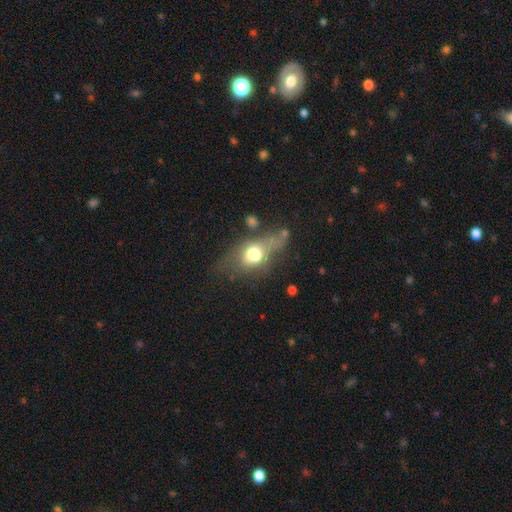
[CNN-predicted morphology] A smooth galaxy with no disk features (57%) that is in between round and cigar-shaped (74%).

Vote fractions:
- Smooth or featured? smooth: 57% / featured or disk: 32% / star or artifact: 11%
- How rounded? in between: 74% / round: 18% / cigar-shaped: 9%
- Merging? major disturbance: 31% / none: 30% / minor disturbance: 22% / merger: 16%